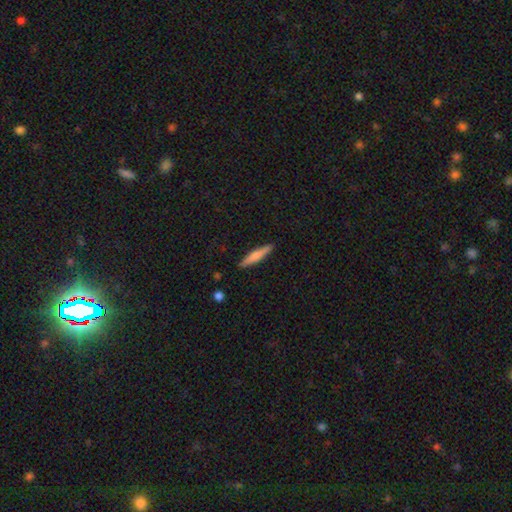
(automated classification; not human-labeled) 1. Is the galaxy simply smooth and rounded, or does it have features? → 65% smooth, 30% featured or disk, 6% star or artifact.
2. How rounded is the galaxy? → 90% cigar-shaped, 8% in between, 2% round.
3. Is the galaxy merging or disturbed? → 90% none, 7% minor disturbance, 2% major disturbance, 1% merger.